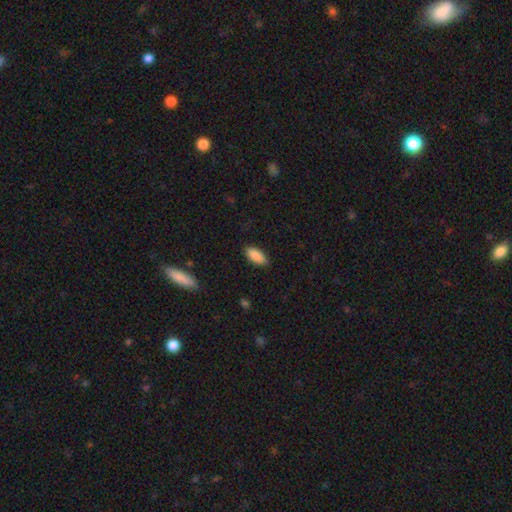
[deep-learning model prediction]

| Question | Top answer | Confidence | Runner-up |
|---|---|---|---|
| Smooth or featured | smooth | 89% | star or artifact (7%) |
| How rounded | in between | 88% | cigar-shaped (11%) |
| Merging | none | 86% | minor disturbance (11%) |